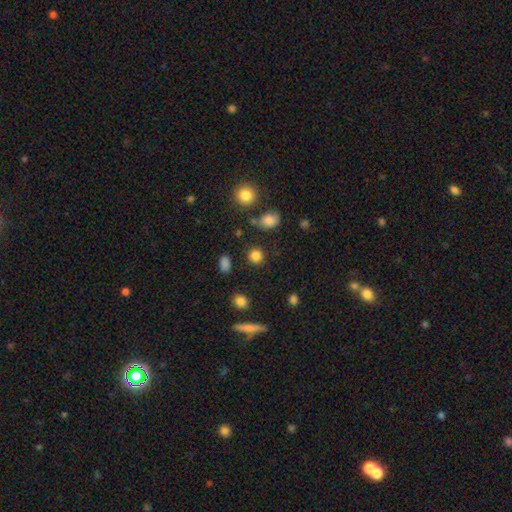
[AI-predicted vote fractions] The model was most divided on "smooth or featured": smooth: 83%, star or artifact: 12%, featured or disk: 5%. More confident: how rounded — round (88%); merging — none (87%).